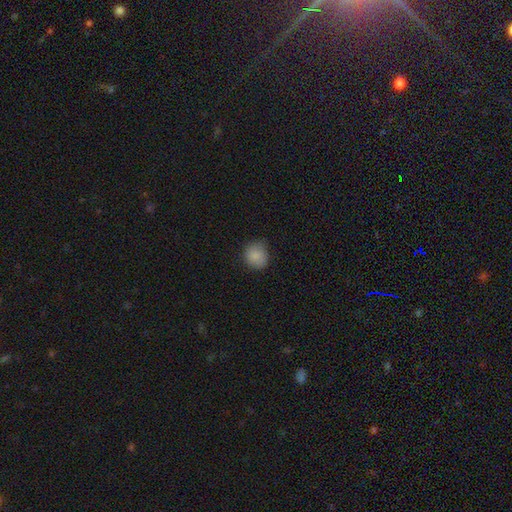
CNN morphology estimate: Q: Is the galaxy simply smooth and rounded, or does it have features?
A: smooth — 85%.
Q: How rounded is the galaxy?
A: round — 83%.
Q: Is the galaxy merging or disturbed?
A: none — 74%.